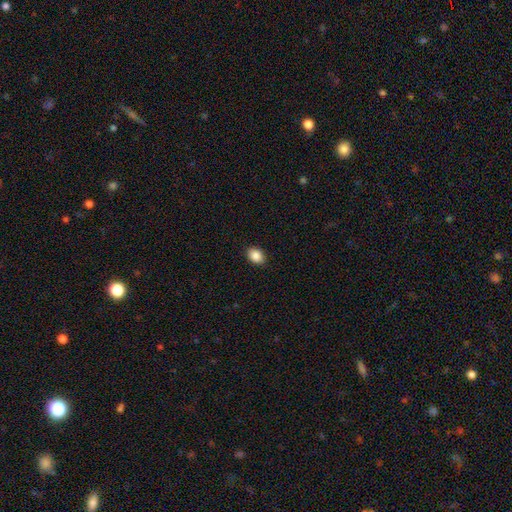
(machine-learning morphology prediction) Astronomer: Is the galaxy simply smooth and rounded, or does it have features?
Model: smooth — 88%.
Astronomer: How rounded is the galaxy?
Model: in between — 71%.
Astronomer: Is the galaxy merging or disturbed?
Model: none — 89%.